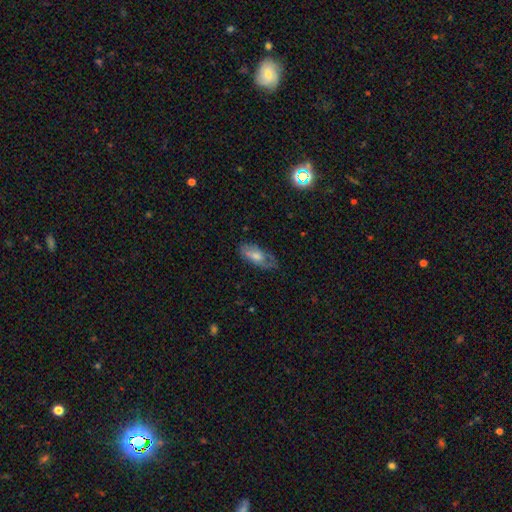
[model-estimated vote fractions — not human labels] Smooth or featured? smooth (46%)
Merging? none (68%)